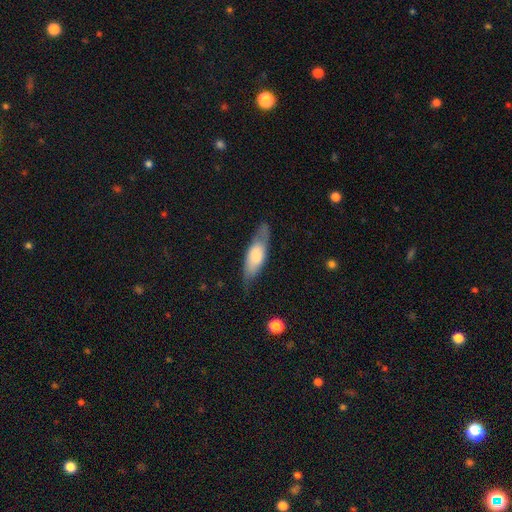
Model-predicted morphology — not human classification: A smooth galaxy with no disk features (61%) that is in between round and cigar-shaped (58%).

Vote fractions:
- Smooth or featured? smooth: 61% / featured or disk: 33% / star or artifact: 6%
- How rounded? in between: 58% / cigar-shaped: 40% / round: 2%
- Merging? none: 71% / minor disturbance: 21% / major disturbance: 6% / merger: 2%